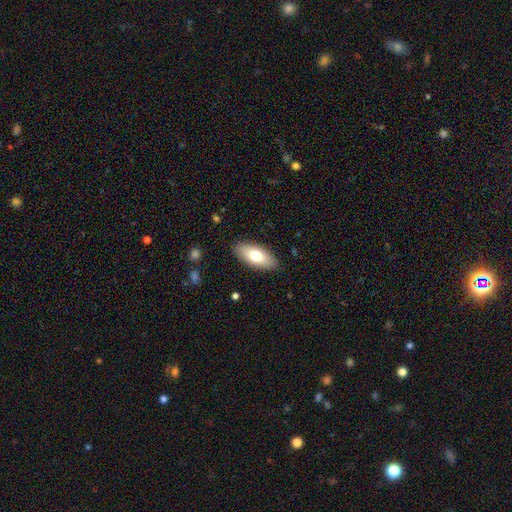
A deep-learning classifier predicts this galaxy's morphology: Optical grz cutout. It shows a smooth galaxy with no disk features (73%) that is in between round and cigar-shaped (85%). Merging: none (88%).